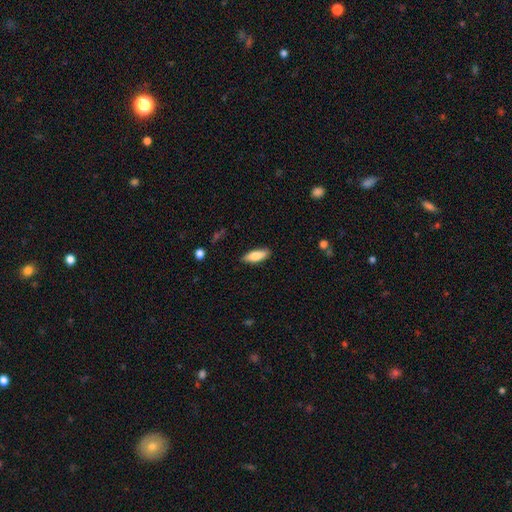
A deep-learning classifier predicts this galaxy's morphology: smooth_or_featured: smooth (p=0.82) [alt: featured or disk p=0.12]
how_rounded: in between (p=0.67) [alt: cigar-shaped p=0.31]
merging: none (p=0.85) [alt: minor disturbance p=0.11]